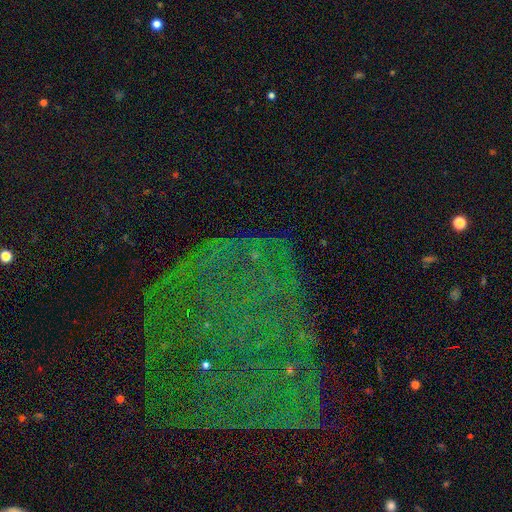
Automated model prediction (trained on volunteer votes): This appears to be a star or artifact, not a galaxy (72%).